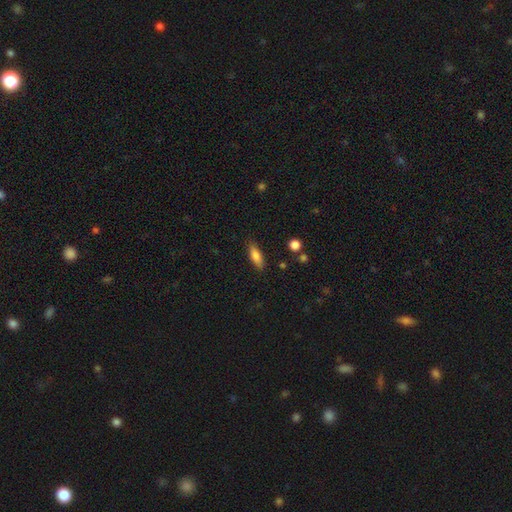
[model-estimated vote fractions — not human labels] Smooth or featured? smooth (79%)
How rounded? in between (61%)
Merging? none (84%)